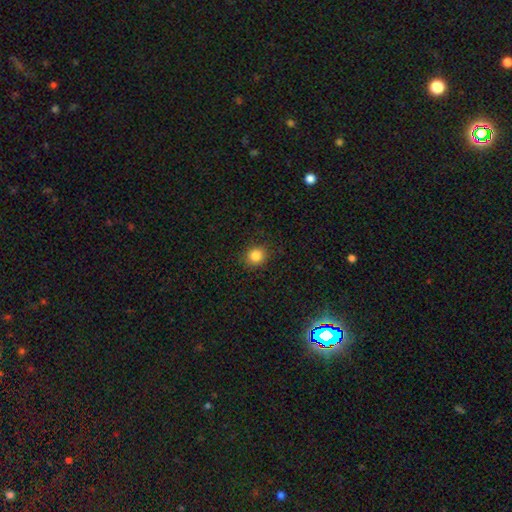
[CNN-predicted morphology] Smooth or featured? smooth (84%)
How rounded? round (85%)
Merging? none (89%)